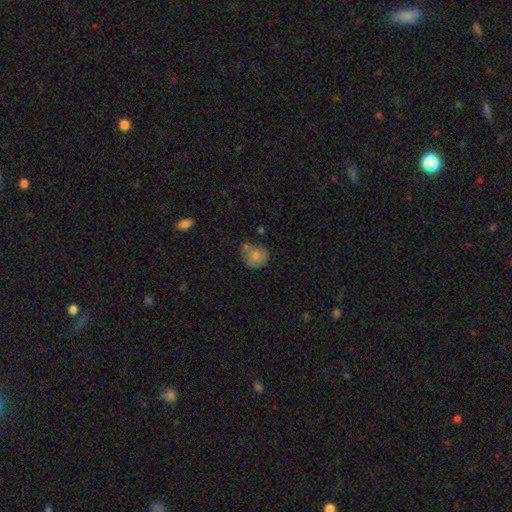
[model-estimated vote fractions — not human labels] This appears to be a smooth galaxy with no disk features (73%) that is round (83%). Merging: none (59%).